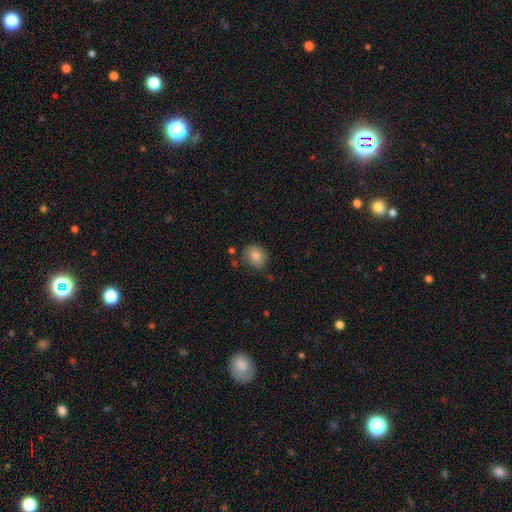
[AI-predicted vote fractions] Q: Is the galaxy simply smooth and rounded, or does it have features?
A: smooth — 83%.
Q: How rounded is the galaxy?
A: round — 60%.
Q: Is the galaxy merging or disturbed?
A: none — 75%.